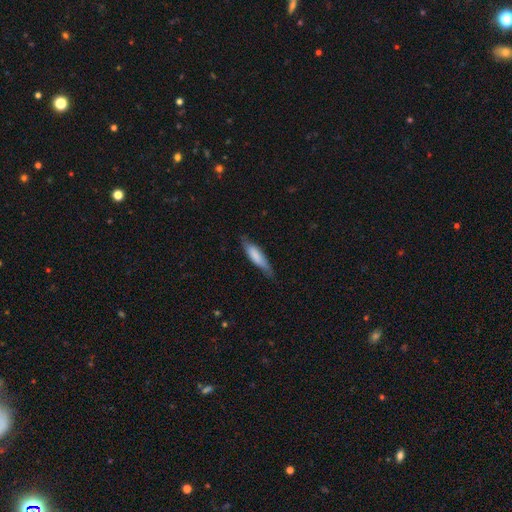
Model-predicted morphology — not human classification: The model was most divided on "how rounded": cigar-shaped: 72%, in between: 27%, round: 1%. More confident: smooth or featured — smooth (73%); merging — none (72%).